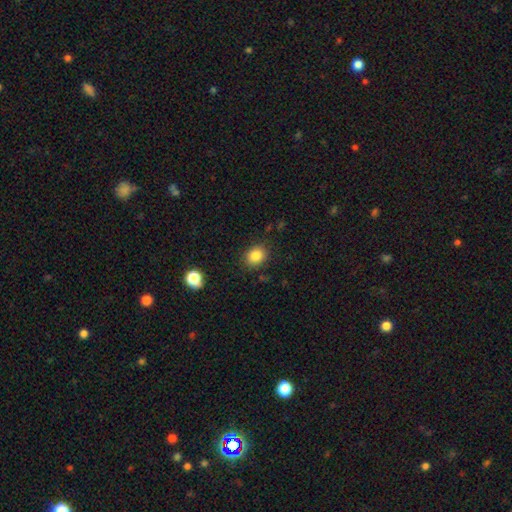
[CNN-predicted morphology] Overall: smooth (84%). How rounded: round (56%; in between 43%). Merging: none (85%).